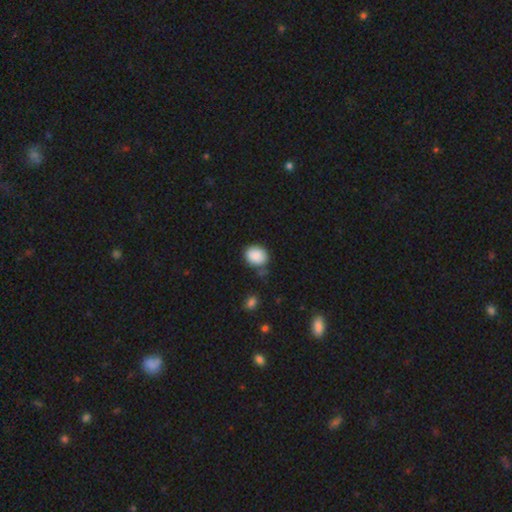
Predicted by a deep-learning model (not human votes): Morphology: type=smooth (88%); roundness=round (55%); merging=none (71%).